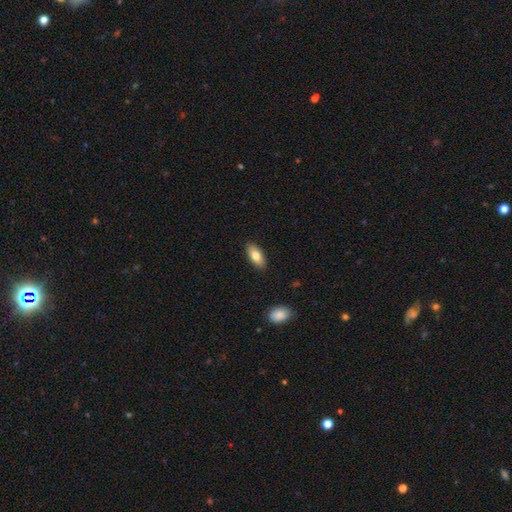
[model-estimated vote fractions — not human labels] A smooth galaxy with no disk features (80%) that is in between round and cigar-shaped (88%). Merging: none (88%).